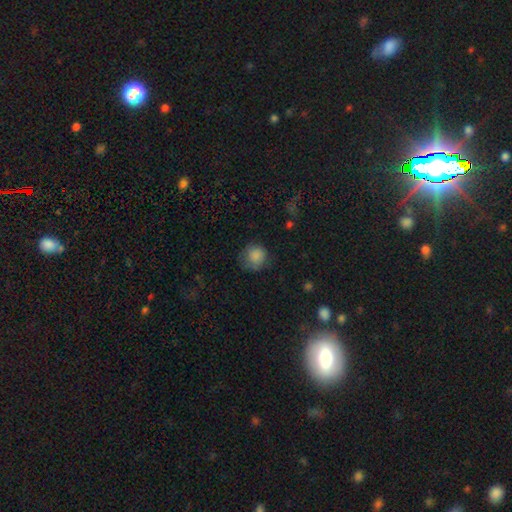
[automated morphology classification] This is clearly a smooth galaxy (85%). How rounded: clearly round (88%). Merging: likely none (67%).